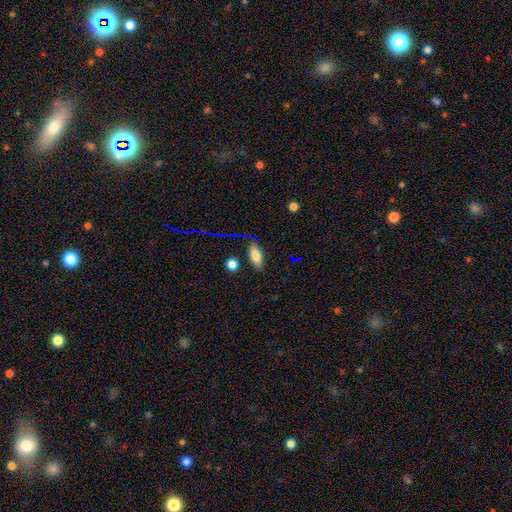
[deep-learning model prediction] A smooth galaxy with no disk features (77%) that is in between round and cigar-shaped (82%). Merging: none (81%).